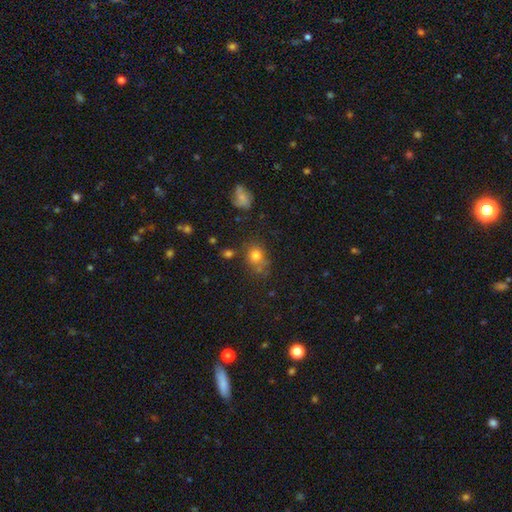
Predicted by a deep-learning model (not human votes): The model was most divided on "how rounded": round: 61%, in between: 38%, cigar-shaped: 1%. More confident: smooth or featured — smooth (78%); merging — none (65%).